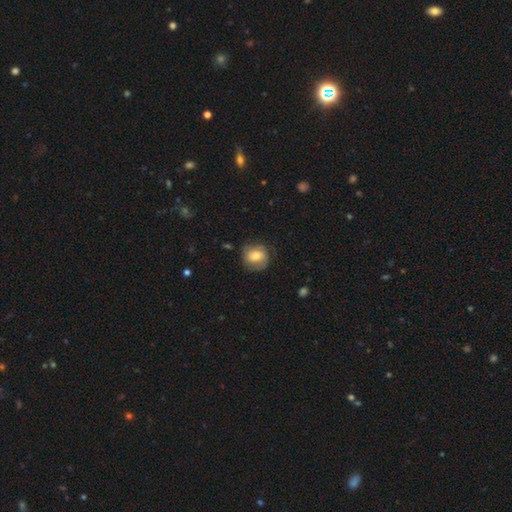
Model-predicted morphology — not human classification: A smooth galaxy with no disk features (60%) that is round (76%). Merging: none (69%).